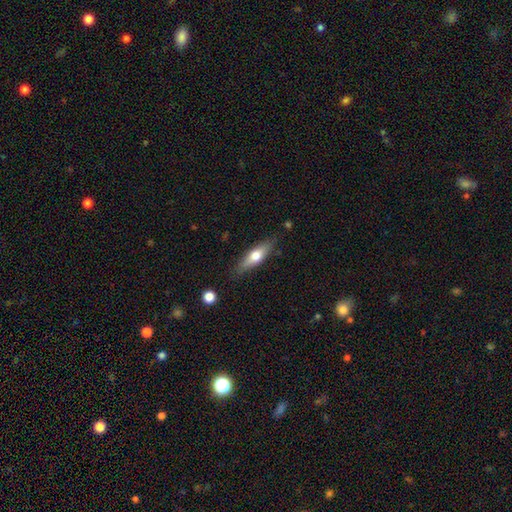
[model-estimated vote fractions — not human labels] Smooth or featured?
  - smooth: 55% *
  - featured or disk: 39%
  - star or artifact: 6%
How rounded?
  - cigar-shaped: 56% *
  - in between: 41%
  - round: 3%
Merging?
  - none: 82% *
  - minor disturbance: 13%
  - major disturbance: 3%
  - merger: 2%